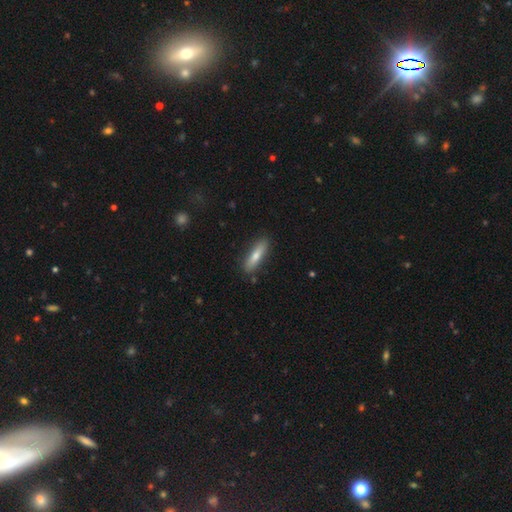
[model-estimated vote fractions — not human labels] Overall: smooth (68%). How rounded: cigar-shaped (72%). Merging: none (86%).